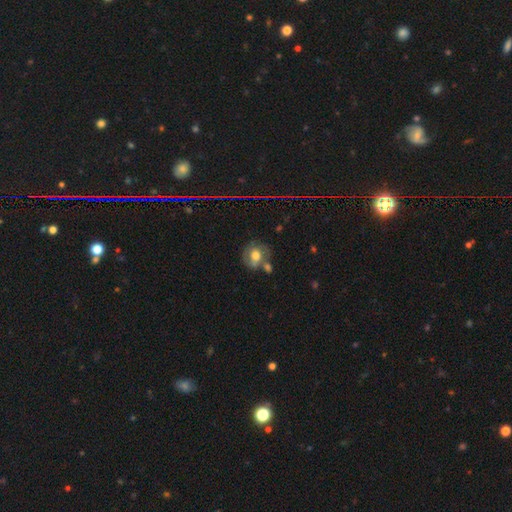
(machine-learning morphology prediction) type=smooth (56%); roundness=round (70%); merging=none (50%).